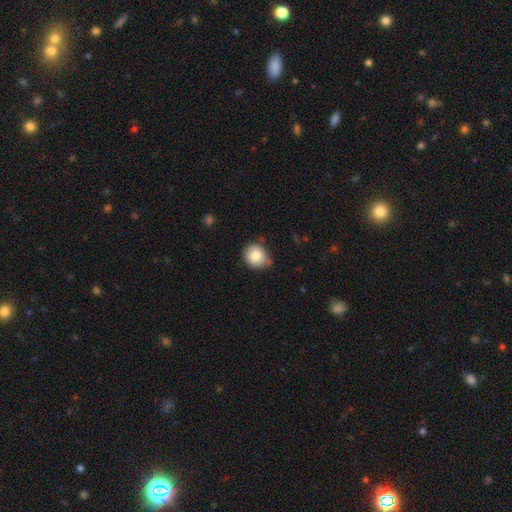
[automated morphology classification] This is clearly a smooth galaxy (83%). How rounded: likely round (77%). Merging: likely none (72%).